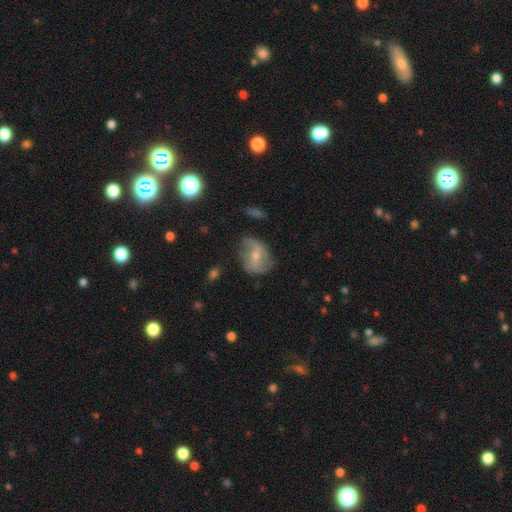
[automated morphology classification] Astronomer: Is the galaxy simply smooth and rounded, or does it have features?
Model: featured or disk — 61%.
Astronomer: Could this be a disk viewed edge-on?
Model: no — 95%.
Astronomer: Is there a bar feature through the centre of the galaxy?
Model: weak — 41% (runner-up: no, 31%).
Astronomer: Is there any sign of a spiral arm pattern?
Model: yes — 75%.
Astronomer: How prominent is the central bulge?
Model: small — 54% (runner-up: moderate, 41%).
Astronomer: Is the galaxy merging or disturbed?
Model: none — 65%.